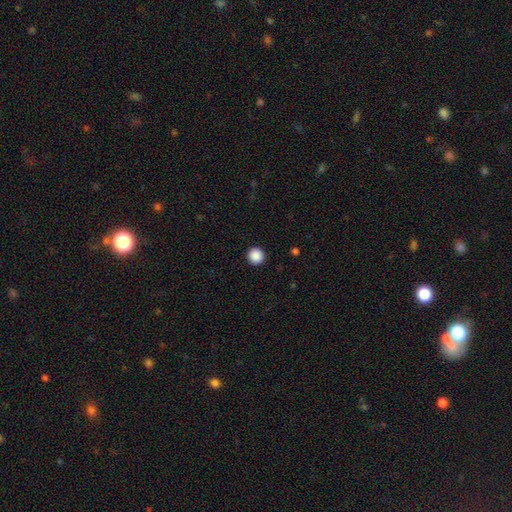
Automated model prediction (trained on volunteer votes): This appears to be a smooth galaxy with no disk features (89%) that is round (95%). Merging: none (93%).